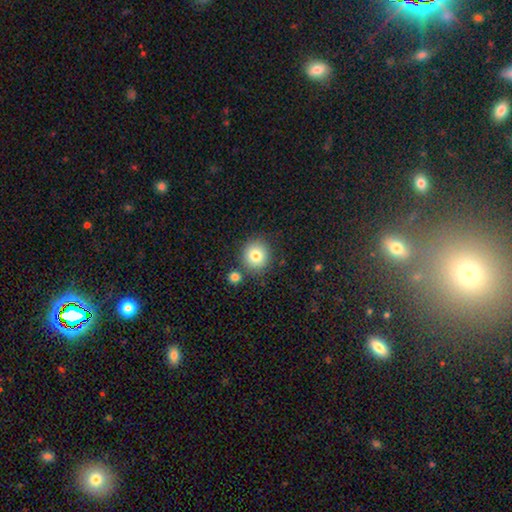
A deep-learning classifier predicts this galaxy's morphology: smooth-or-featured: smooth: 81% | star or artifact: 10% | featured or disk: 9%
  how-rounded: round: 89% | in between: 10% | cigar-shaped: 1%
  merging: none: 79% | merger: 10% | minor disturbance: 9% | major disturbance: 3%